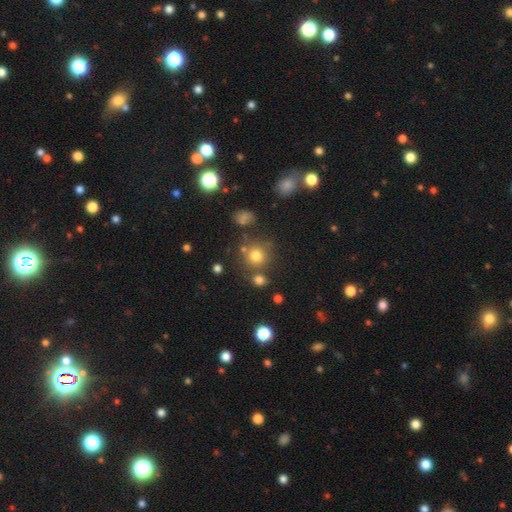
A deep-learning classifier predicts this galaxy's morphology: Smooth or featured? smooth (75%)
How rounded? round (90%)
Merging? none (71%)